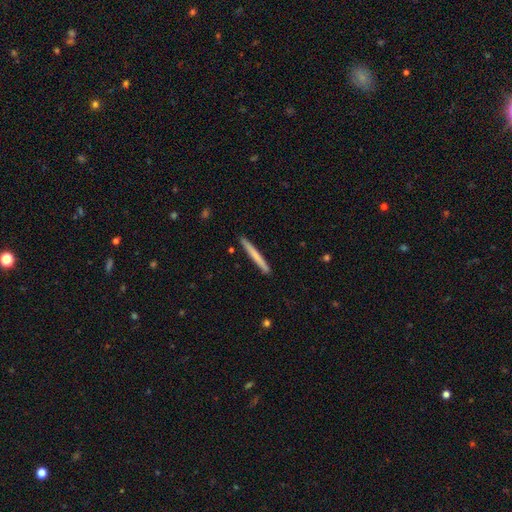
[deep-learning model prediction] The model was most divided on "smooth or featured": smooth: 68%, featured or disk: 27%, star or artifact: 5%. More confident: how rounded — cigar-shaped (97%); merging — none (92%).